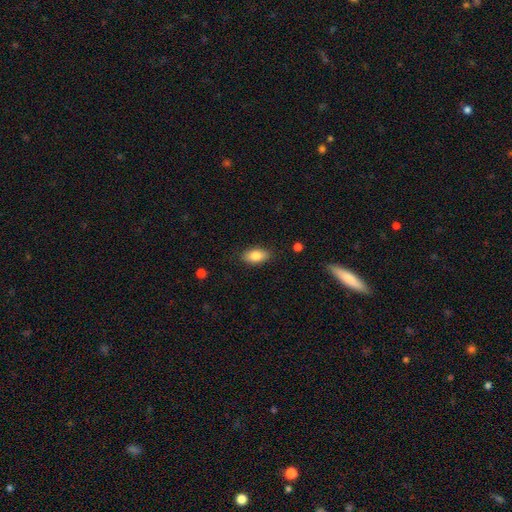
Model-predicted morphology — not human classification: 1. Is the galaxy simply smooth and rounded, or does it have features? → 84% smooth, 9% featured or disk, 7% star or artifact.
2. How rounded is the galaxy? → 92% in between, 4% round, 4% cigar-shaped.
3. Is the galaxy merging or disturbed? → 85% none, 11% minor disturbance, 2% major disturbance, 1% merger.